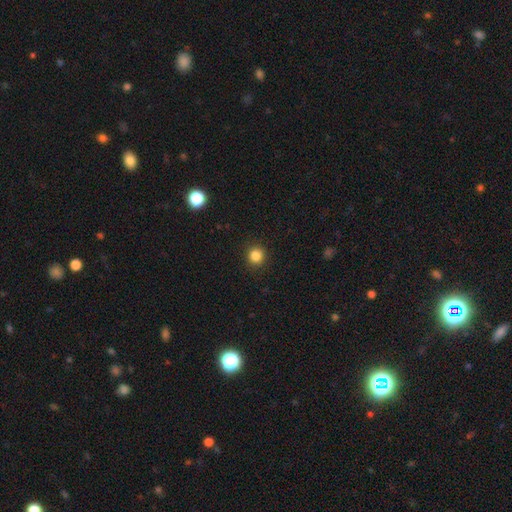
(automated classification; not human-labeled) smooth-or-featured: smooth: 85% | star or artifact: 12% | featured or disk: 4%
  how-rounded: round: 93% | in between: 7% | cigar-shaped: 1%
  merging: none: 92% | minor disturbance: 5% | major disturbance: 2% | merger: 1%